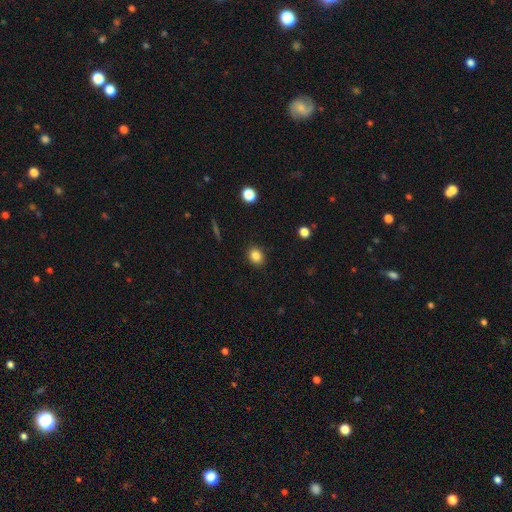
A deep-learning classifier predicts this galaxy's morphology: A smooth galaxy with no disk features (84%) that is round (60%). Merging: none (89%).